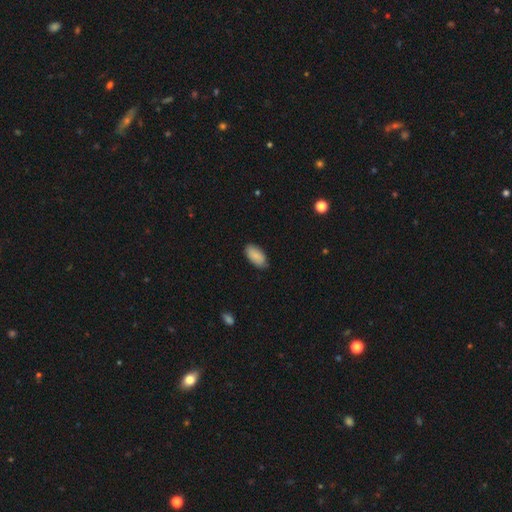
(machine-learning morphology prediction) The model was most divided on "merging": none: 84%, minor disturbance: 13%, major disturbance: 2%, merger: 1%. More confident: how rounded — in between (94%); smooth or featured — smooth (88%).